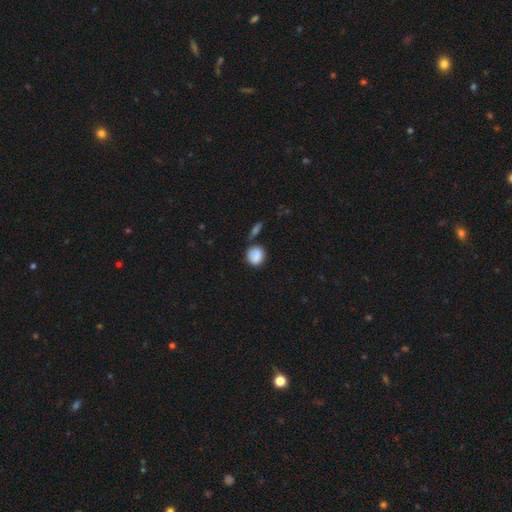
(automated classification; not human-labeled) smooth_or_featured: smooth (p=0.85) [alt: star or artifact p=0.08]
how_rounded: round (p=0.74) [alt: in between p=0.24]
merging: none (p=0.60) [alt: minor disturbance p=0.21]